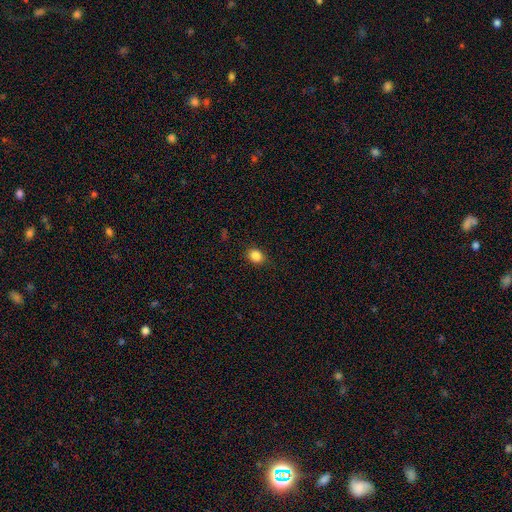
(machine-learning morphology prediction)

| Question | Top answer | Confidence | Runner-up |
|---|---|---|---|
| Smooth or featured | smooth | 85% | star or artifact (10%) |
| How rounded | round | 56% | in between (43%) |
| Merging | none | 86% | minor disturbance (11%) |